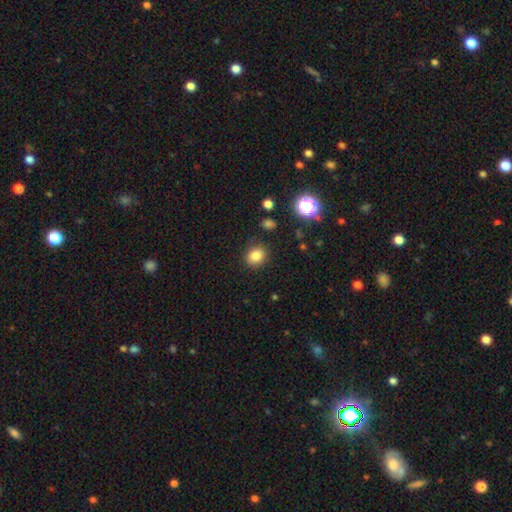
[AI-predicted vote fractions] Smooth or featured? Predicted: smooth (p=0.83). How rounded? Predicted: round (p=0.62). Merging? Predicted: none (p=0.85).